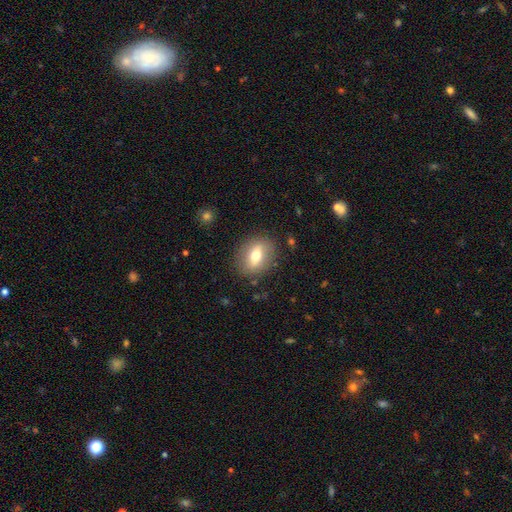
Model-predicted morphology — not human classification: smooth-or-featured: smooth: 63% | featured or disk: 29% | star or artifact: 8%
  how-rounded: in between: 64% | round: 32% | cigar-shaped: 4%
  merging: none: 84% | minor disturbance: 11% | major disturbance: 4% | merger: 2%